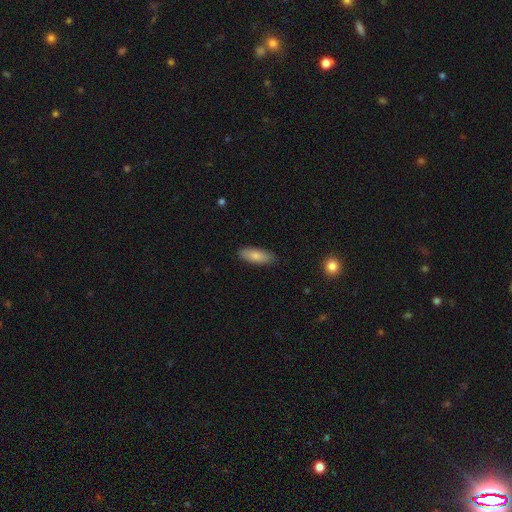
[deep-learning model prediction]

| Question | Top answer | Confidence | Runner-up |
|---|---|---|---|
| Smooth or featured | smooth | 81% | featured or disk (13%) |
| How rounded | in between | 69% | cigar-shaped (29%) |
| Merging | none | 86% | minor disturbance (11%) |